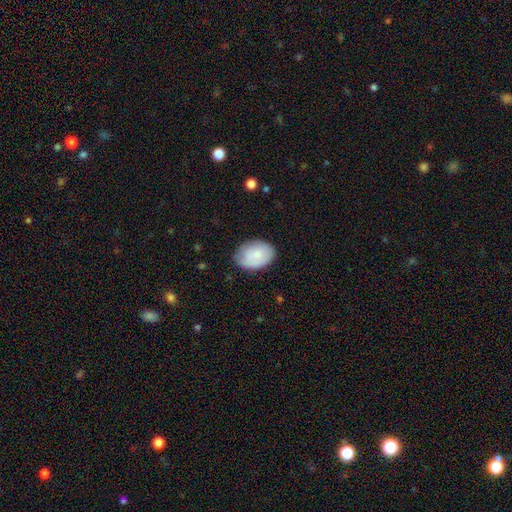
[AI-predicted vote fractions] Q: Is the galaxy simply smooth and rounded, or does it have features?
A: smooth — 77%.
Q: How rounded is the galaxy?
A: in between — 81%.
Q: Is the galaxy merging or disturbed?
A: none — 68%.